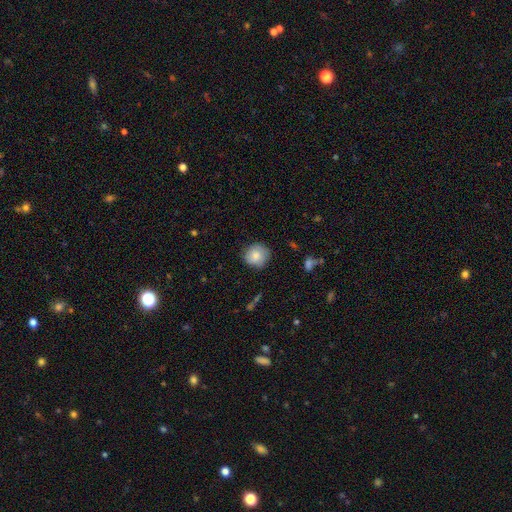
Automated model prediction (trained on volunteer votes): Smooth or featured? Predicted: smooth (p=0.80). How rounded? Predicted: round (p=0.89). Merging? Predicted: none (p=0.81).